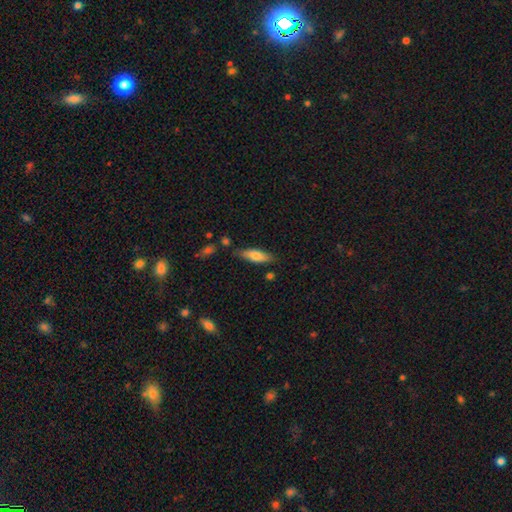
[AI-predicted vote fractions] Morphology: type=smooth (72%); roundness=in between (51%); merging=none (76%).